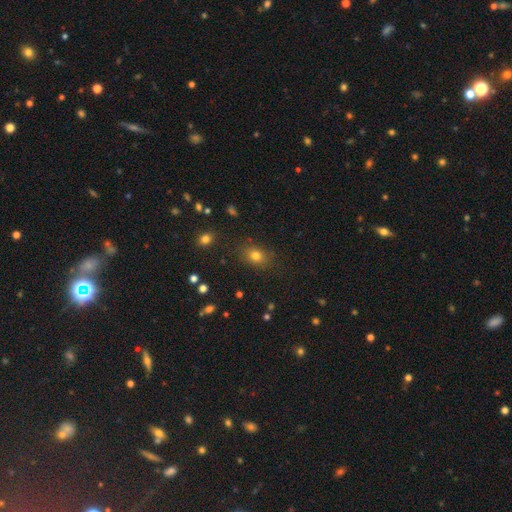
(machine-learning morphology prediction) This is likely a smooth galaxy (77%). How rounded: possibly in between (59%). Merging: clearly none (83%).